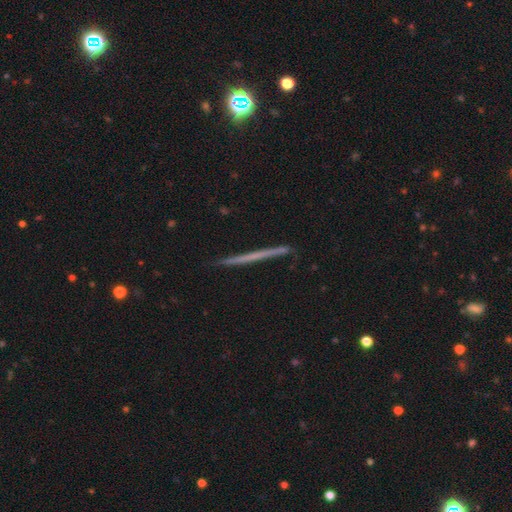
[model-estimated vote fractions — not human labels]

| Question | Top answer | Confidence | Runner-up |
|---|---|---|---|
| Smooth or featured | featured or disk | 58% | smooth (33%) |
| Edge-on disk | yes | 97% | no (3%) |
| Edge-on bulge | none | 85% | rounded (12%) |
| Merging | none | 91% | minor disturbance (7%) |